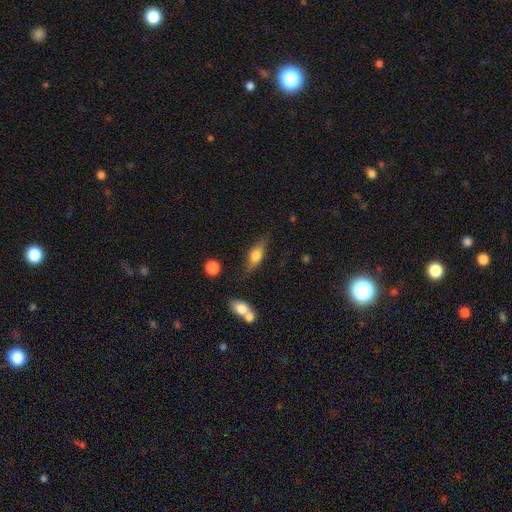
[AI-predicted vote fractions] Smooth or featured? Predicted: smooth (p=0.48). Merging? Predicted: none (p=0.74).